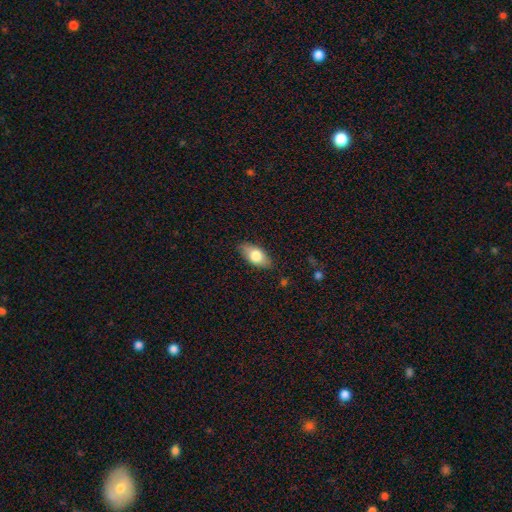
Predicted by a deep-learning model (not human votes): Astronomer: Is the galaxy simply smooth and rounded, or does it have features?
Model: smooth — 75%.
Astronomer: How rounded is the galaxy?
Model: in between — 89%.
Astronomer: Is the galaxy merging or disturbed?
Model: none — 83%.